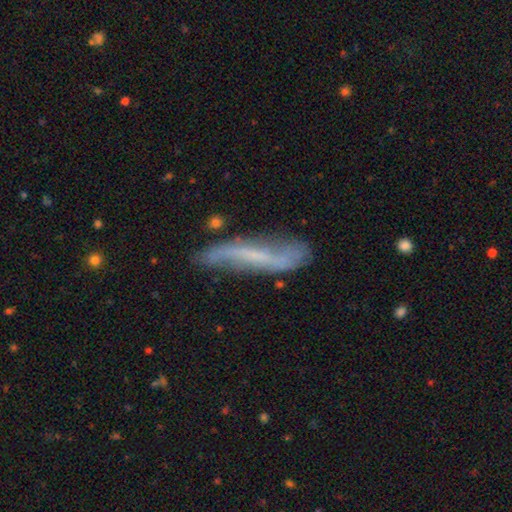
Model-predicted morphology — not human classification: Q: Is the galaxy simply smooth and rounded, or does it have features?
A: featured or disk — 62%.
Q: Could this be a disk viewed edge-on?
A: no — 57%.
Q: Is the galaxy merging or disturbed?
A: none — 59%.